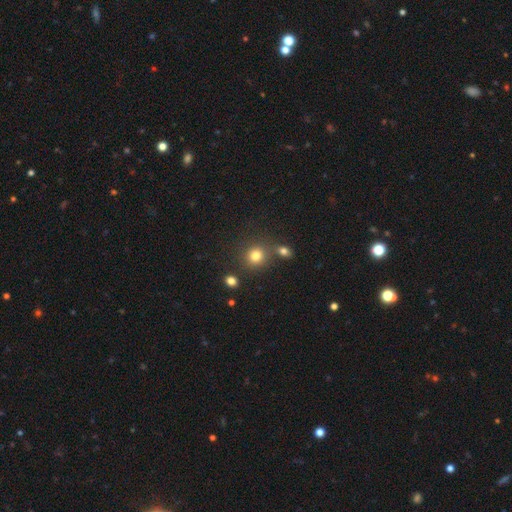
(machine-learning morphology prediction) Smooth or featured: smooth — 79% (star or artifact — 14%)
How rounded: round — 86% (in between — 13%)
Merging: none — 71% (merger — 15%)